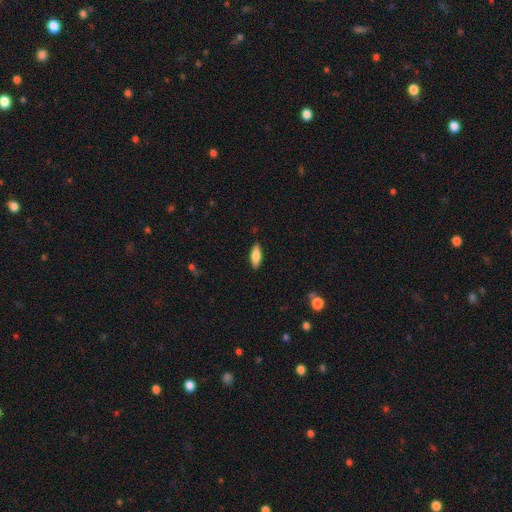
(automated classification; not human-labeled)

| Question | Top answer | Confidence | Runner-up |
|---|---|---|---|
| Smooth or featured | smooth | 80% | featured or disk (14%) |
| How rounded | in between | 69% | cigar-shaped (29%) |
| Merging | none | 87% | minor disturbance (10%) |